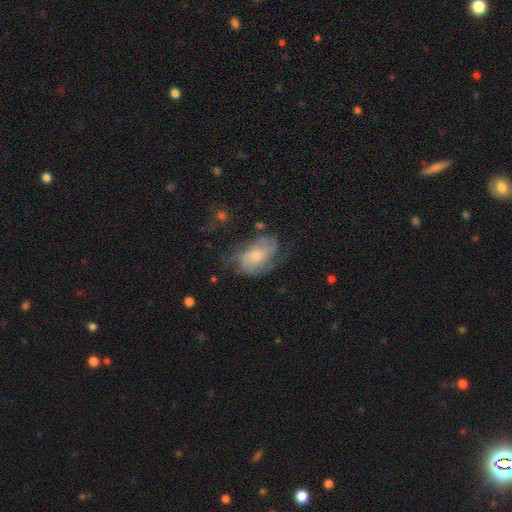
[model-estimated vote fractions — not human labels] Q: Smooth or featured?
A: featured or disk (68%); runner-up: smooth (25%)
Q: Edge-on disk?
A: no (97%); runner-up: yes (3%)
Q: Bar?
A: no (71%); runner-up: weak (24%)
Q: Spiral arms?
A: yes (86%); runner-up: no (14%)
Q: Spiral winding?
A: medium (43%); runner-up: tight (32%)
Q: Spiral arm count?
A: 2 (49%); runner-up: can't tell (27%)
Q: Bulge size?
A: small (50%); runner-up: moderate (36%)
Q: Merging?
A: none (49%); runner-up: minor disturbance (25%)